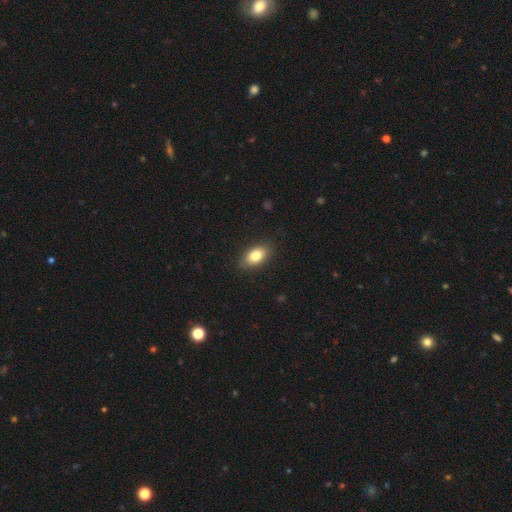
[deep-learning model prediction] Smooth or featured? smooth (82%)
How rounded? in between (89%)
Merging? none (88%)